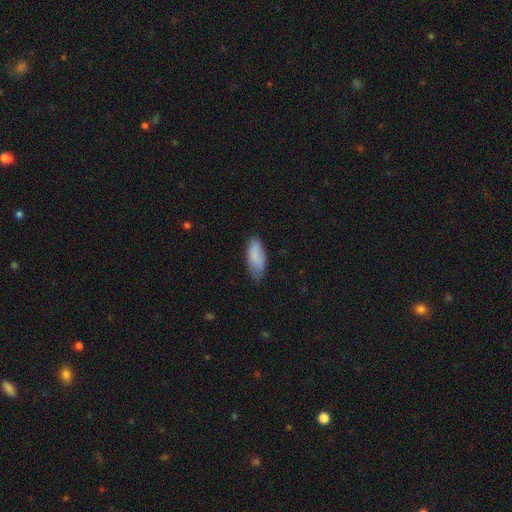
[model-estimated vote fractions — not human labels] This appears to be a smooth galaxy with no disk features (83%) that is in between round and cigar-shaped (81%). Merging: none (68%).